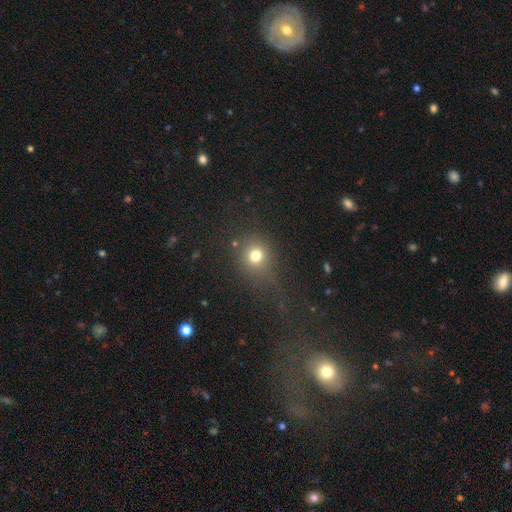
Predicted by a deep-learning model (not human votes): Smooth or featured? Predicted: smooth (p=0.74). How rounded? Predicted: round (p=0.81). Merging? Predicted: none (p=0.72).